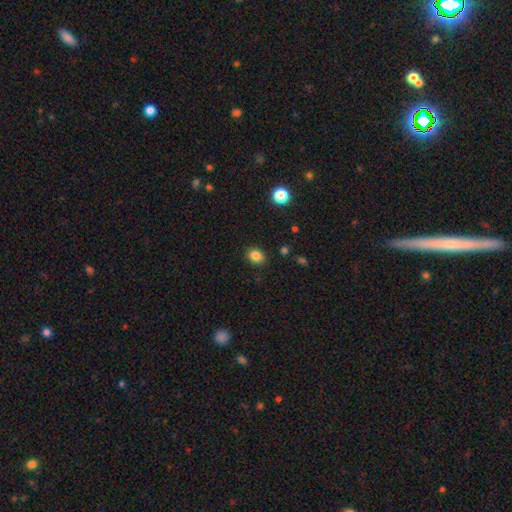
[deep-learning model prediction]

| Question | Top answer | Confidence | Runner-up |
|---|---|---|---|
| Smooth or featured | smooth | 83% | star or artifact (11%) |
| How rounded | in between | 51% | round (49%) |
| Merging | none | 88% | minor disturbance (8%) |